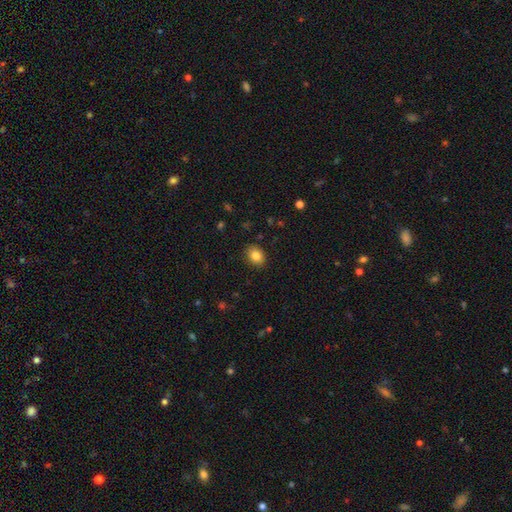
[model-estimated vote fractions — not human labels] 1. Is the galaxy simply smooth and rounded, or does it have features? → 84% smooth, 9% star or artifact, 7% featured or disk.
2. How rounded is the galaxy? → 57% in between, 42% round, 1% cigar-shaped.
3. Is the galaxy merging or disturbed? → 88% none, 9% minor disturbance, 2% major disturbance, 1% merger.